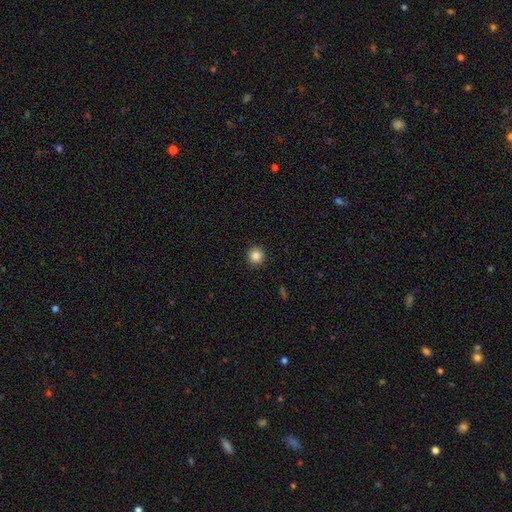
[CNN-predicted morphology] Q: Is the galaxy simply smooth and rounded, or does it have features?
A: smooth — 85%.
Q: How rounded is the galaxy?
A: round — 95%.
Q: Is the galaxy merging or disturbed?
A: none — 92%.